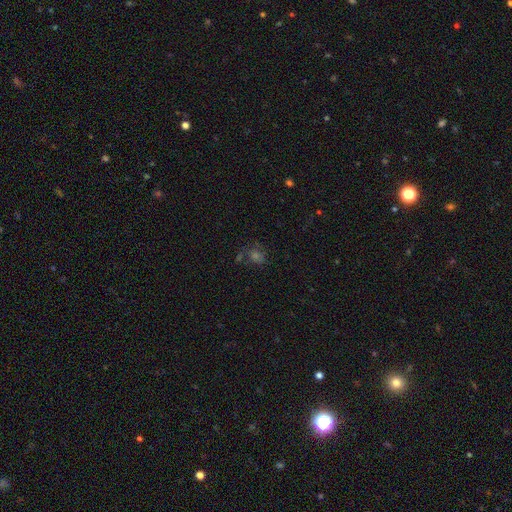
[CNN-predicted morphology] This appears to be a smooth galaxy with no disk features (38%). Merging: none (65%).